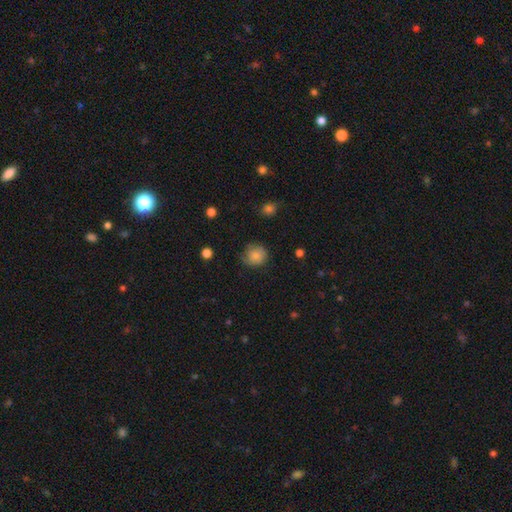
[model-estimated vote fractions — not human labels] A smooth galaxy with no disk features (79%) that is round (85%).

Vote fractions:
- Smooth or featured? smooth: 79% / featured or disk: 13% / star or artifact: 9%
- How rounded? round: 85% / in between: 14% / cigar-shaped: 1%
- Merging? none: 65% / minor disturbance: 25% / major disturbance: 8% / merger: 1%